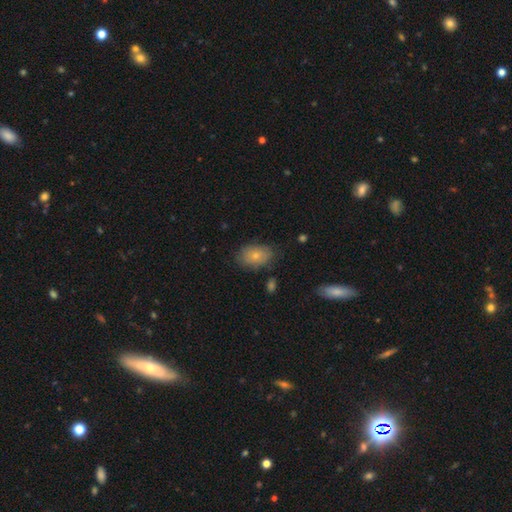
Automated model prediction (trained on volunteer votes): Smooth or featured?
  - smooth: 76% *
  - featured or disk: 16%
  - star or artifact: 8%
How rounded?
  - in between: 84% *
  - round: 14%
  - cigar-shaped: 1%
Merging?
  - none: 77% *
  - minor disturbance: 17%
  - major disturbance: 4%
  - merger: 2%